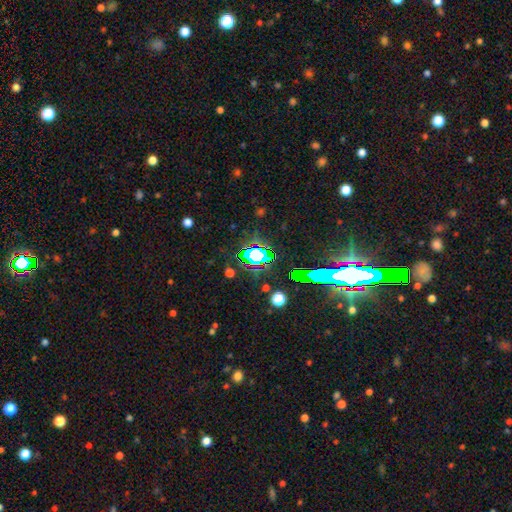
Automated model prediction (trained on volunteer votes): smooth-or-featured: star or artifact: 66% | smooth: 22% | featured or disk: 11%